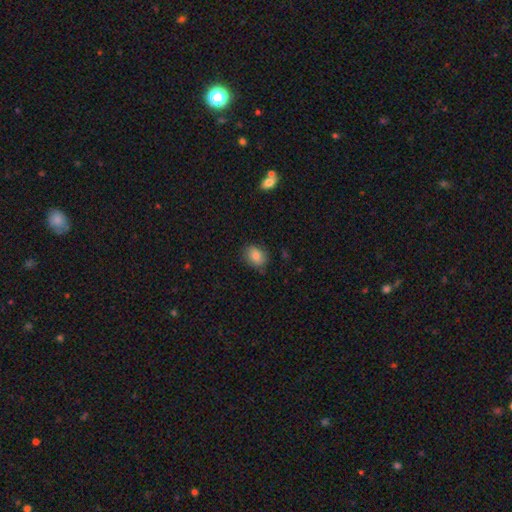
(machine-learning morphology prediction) smooth 82%, featured or disk 10%, star or artifact 8%. Down the decision tree: how rounded — in between (56%); merging — none (79%).